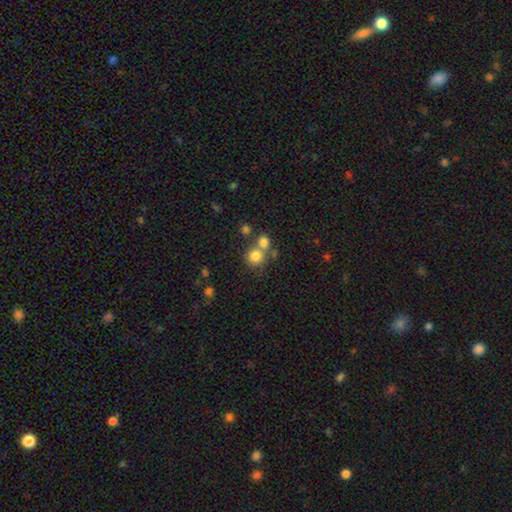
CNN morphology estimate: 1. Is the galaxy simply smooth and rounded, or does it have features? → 78% smooth, 13% star or artifact, 9% featured or disk.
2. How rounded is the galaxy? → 88% round, 11% in between, 1% cigar-shaped.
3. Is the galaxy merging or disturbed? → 54% none, 35% merger, 8% minor disturbance, 4% major disturbance.